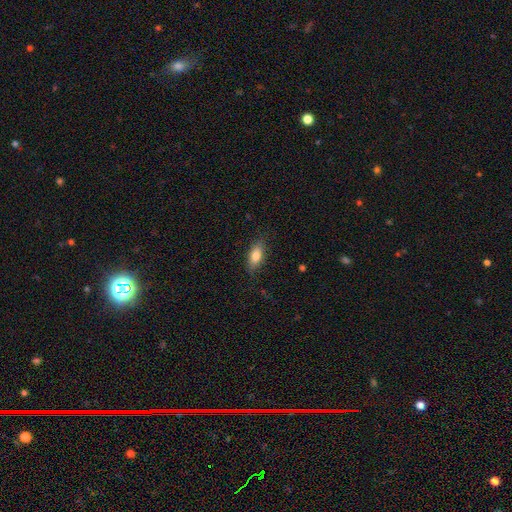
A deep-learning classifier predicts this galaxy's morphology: A smooth galaxy with no disk features (80%) that is in between round and cigar-shaped (78%). Merging: none (84%).